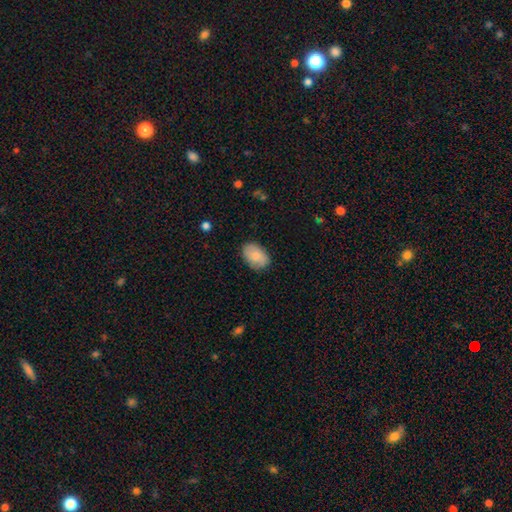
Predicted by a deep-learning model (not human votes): The model was most divided on "merging": none: 83%, minor disturbance: 13%, major disturbance: 3%, merger: 1%. More confident: how rounded — in between (87%); smooth or featured — smooth (83%).